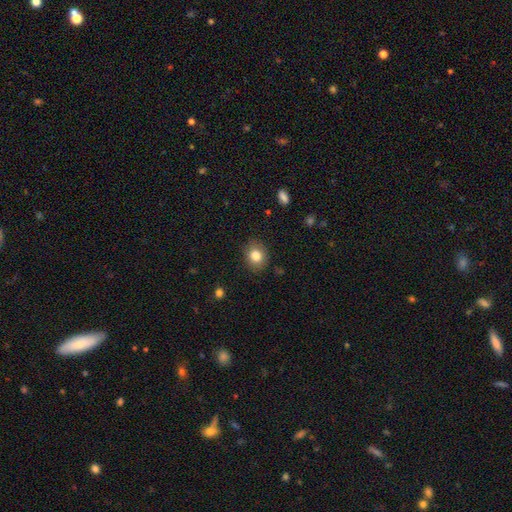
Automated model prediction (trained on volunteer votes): Smooth or featured? smooth (82%)
How rounded? round (64%)
Merging? none (86%)